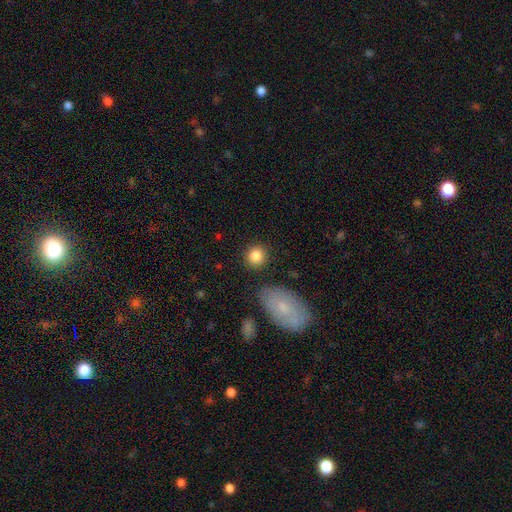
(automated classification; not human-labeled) Q: Smooth or featured?
A: smooth (86%); runner-up: star or artifact (8%)
Q: How rounded?
A: round (87%); runner-up: in between (12%)
Q: Merging?
A: none (86%); runner-up: minor disturbance (8%)